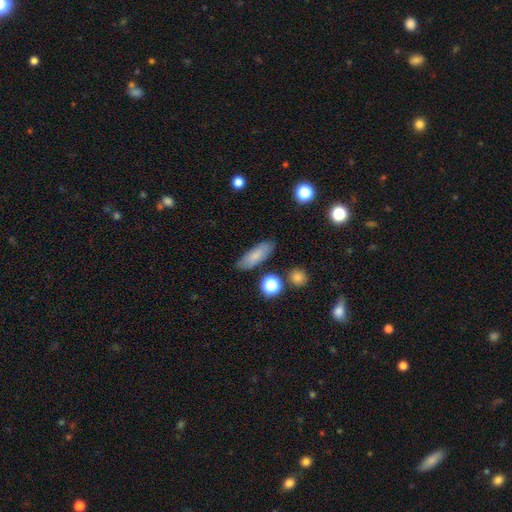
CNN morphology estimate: Smooth or featured? Predicted: smooth (p=0.75). How rounded? Predicted: in between (p=0.65). Merging? Predicted: none (p=0.82).